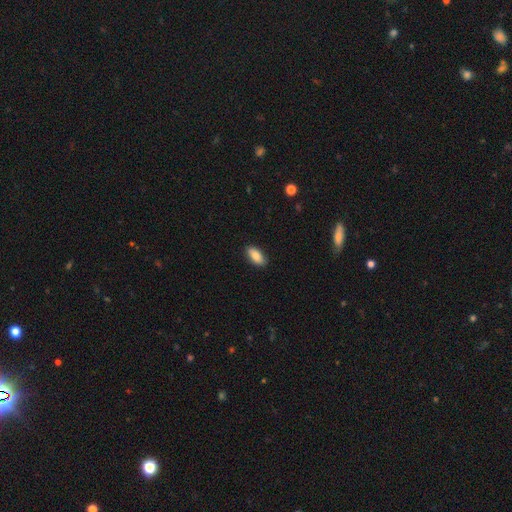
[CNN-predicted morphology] The model was most divided on "smooth or featured": smooth: 85%, featured or disk: 9%, star or artifact: 7%. More confident: how rounded — in between (90%); merging — none (88%).